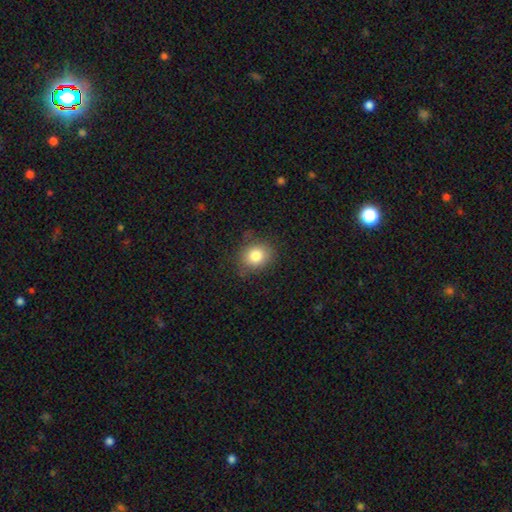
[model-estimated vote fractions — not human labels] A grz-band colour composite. It shows a smooth galaxy with no disk features (81%) that is round (70%). Merging: none (79%).